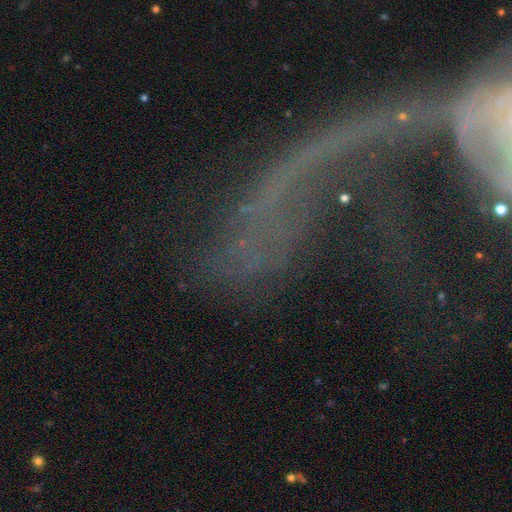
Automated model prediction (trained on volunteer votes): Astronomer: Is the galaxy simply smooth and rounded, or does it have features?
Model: featured or disk — 59%.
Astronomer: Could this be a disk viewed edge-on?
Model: no — 81%.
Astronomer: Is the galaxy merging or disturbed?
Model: major disturbance — 35% (runner-up: none, 32%).